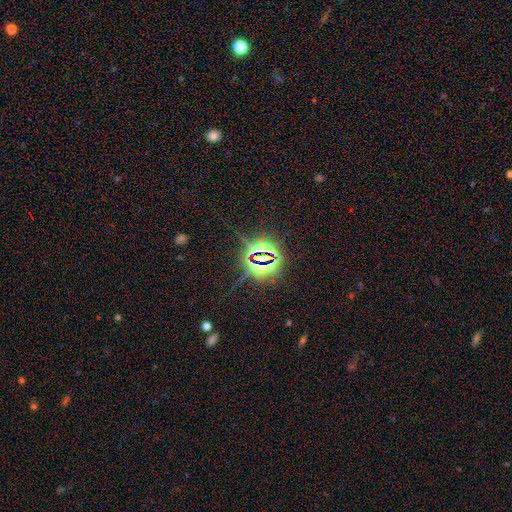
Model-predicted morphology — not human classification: Smooth or featured: star or artifact — 83% (smooth — 8%)